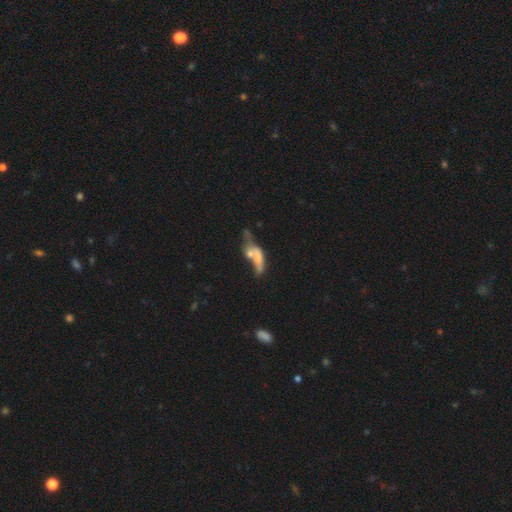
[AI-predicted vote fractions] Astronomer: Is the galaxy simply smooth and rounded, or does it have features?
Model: smooth — 48% (runner-up: featured or disk, 41%).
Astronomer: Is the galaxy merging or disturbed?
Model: merger — 52%.